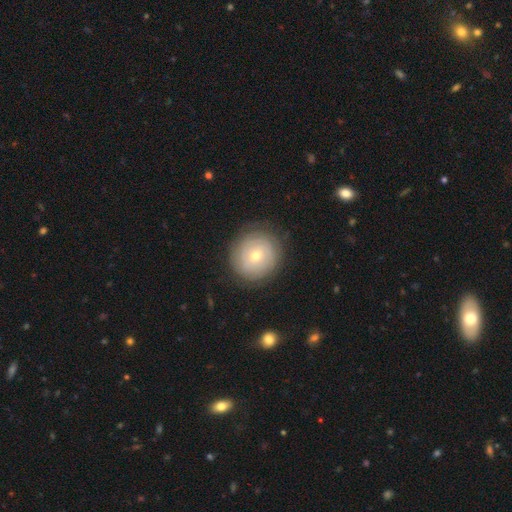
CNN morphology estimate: Overall: featured or disk (52%; smooth 40%). Edge-on disk: no (97%). Bar: no (62%; weak 31%). Spiral arms: yes (69%; no 31%). Bulge size: small (54%; moderate 42%). Merging: none (83%).